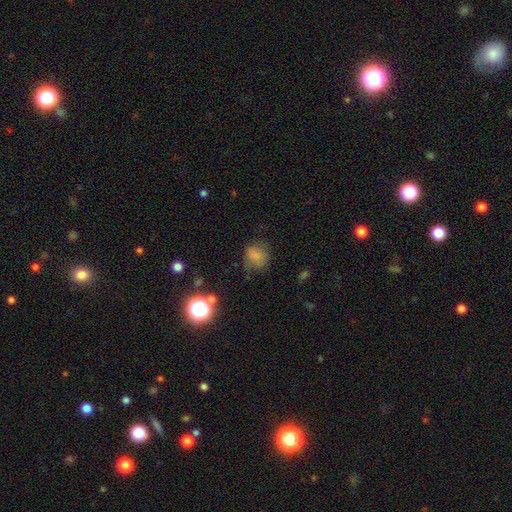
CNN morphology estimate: smooth-or-featured: smooth: 76% | star or artifact: 15% | featured or disk: 9%
  how-rounded: round: 73% | in between: 25% | cigar-shaped: 1%
  merging: none: 69% | minor disturbance: 21% | major disturbance: 8% | merger: 2%